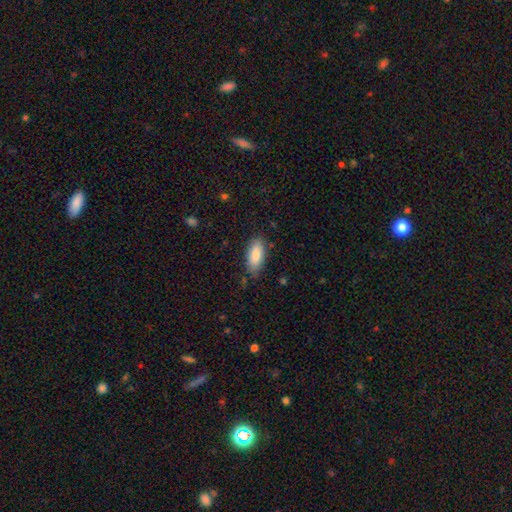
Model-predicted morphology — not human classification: A smooth galaxy with no disk features (87%) that is in between round and cigar-shaped (87%). Merging: none (80%).